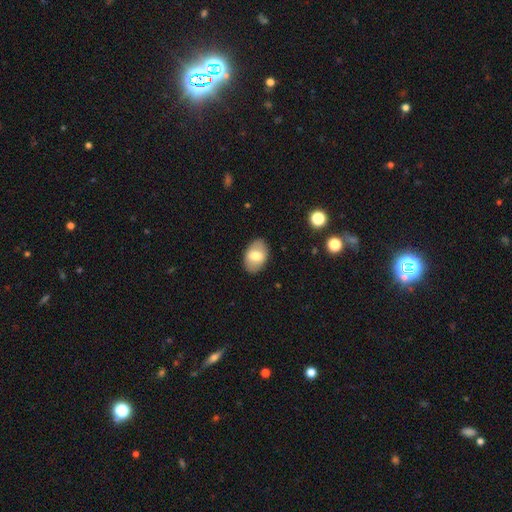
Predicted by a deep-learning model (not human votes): smooth_or_featured: smooth (p=0.65) [alt: featured or disk p=0.27]
how_rounded: in between (p=0.86) [alt: round p=0.13]
merging: none (p=0.86) [alt: minor disturbance p=0.10]